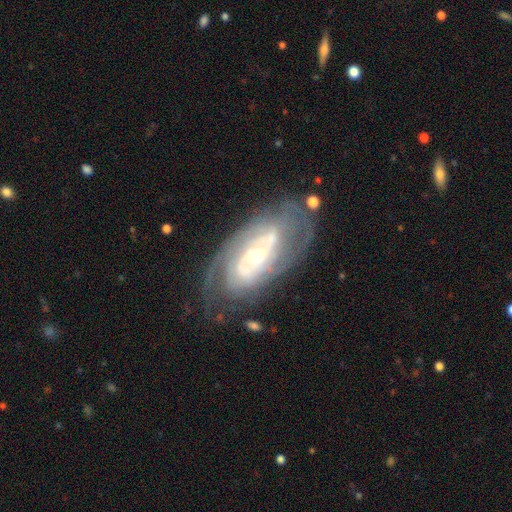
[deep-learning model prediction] This appears to be a featured or disk galaxy (85%) with no bar (58%), can't tell (35%, tied with 2) tight (65%) spiral arms (93%) and a small central bulge (51%). Merging: none (70%).